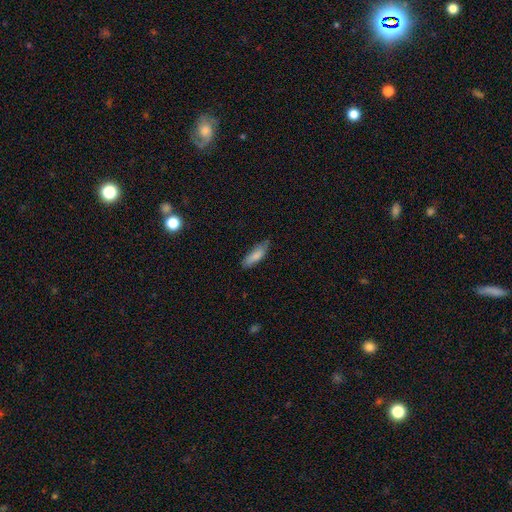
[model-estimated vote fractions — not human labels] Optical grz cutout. It shows a smooth galaxy with no disk features (82%) that is cigar-shaped (50%). Merging: none (73%).